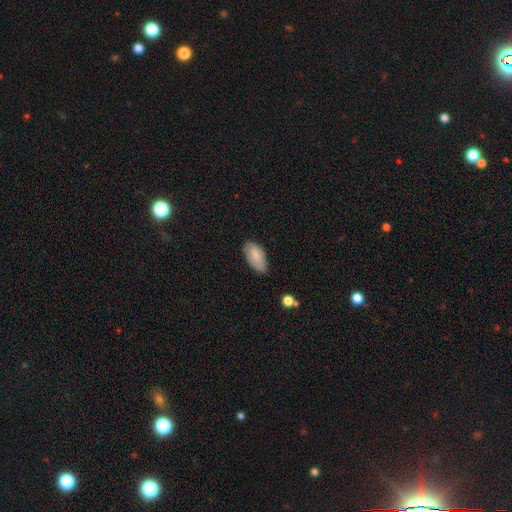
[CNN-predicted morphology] type=smooth (82%); roundness=in between (93%); merging=none (69%).